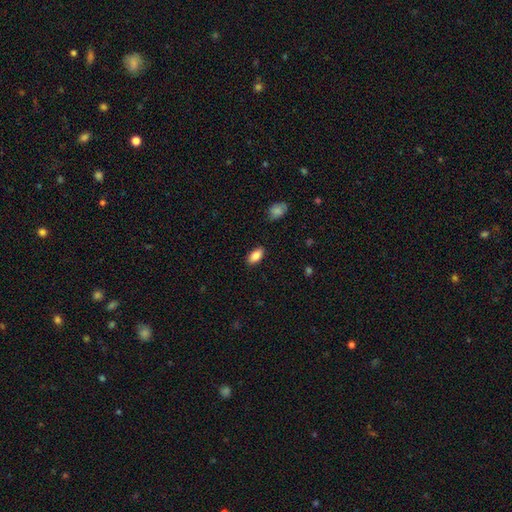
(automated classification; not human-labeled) Overall: smooth (85%). How rounded: in between (92%). Merging: none (87%).